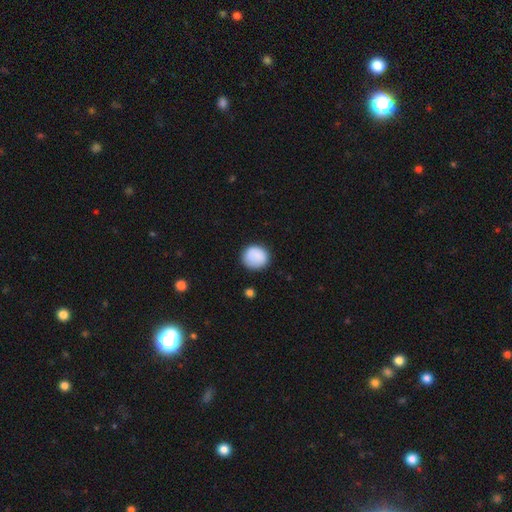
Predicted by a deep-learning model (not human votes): Overall: smooth (87%). How rounded: round (86%). Merging: none (84%).